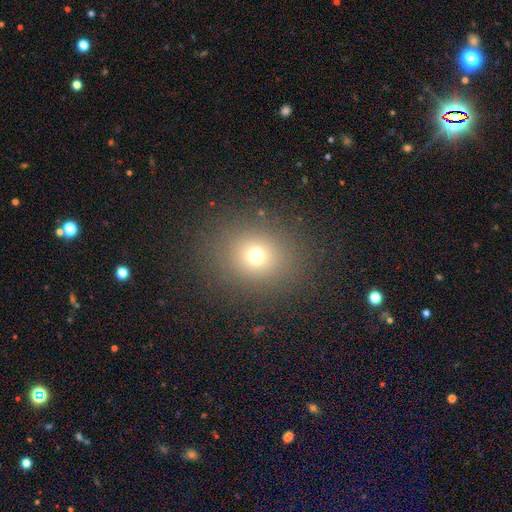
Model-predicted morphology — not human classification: This is likely a smooth galaxy (68%). How rounded: likely round (77%). Merging: clearly none (86%).